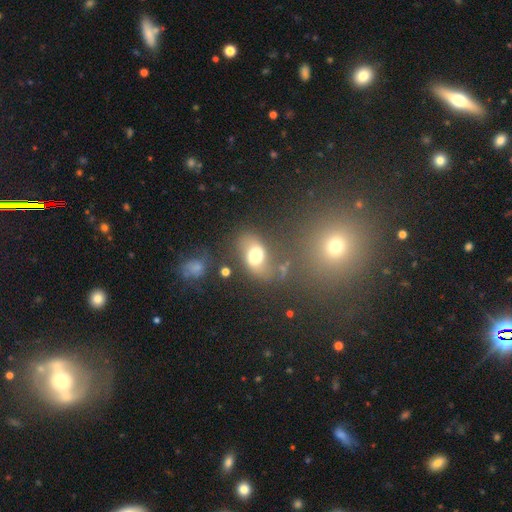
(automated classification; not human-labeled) A smooth galaxy with no disk features (53%) that is in between round and cigar-shaped (78%). Merging: none (59%).